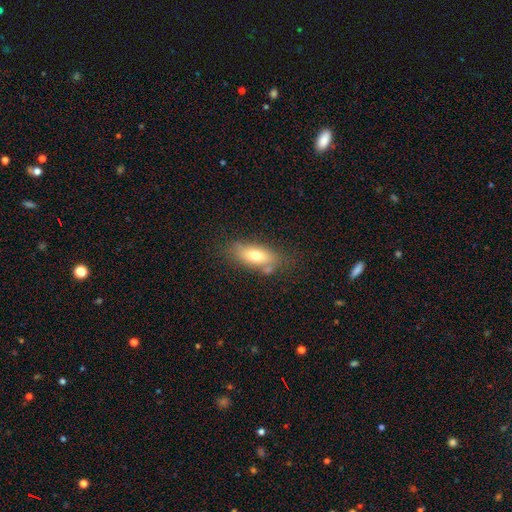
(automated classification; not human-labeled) smooth-or-featured: smooth: 68% | featured or disk: 24% | star or artifact: 8%
  how-rounded: in between: 82% | cigar-shaped: 14% | round: 4%
  merging: none: 65% | minor disturbance: 20% | merger: 8% | major disturbance: 6%